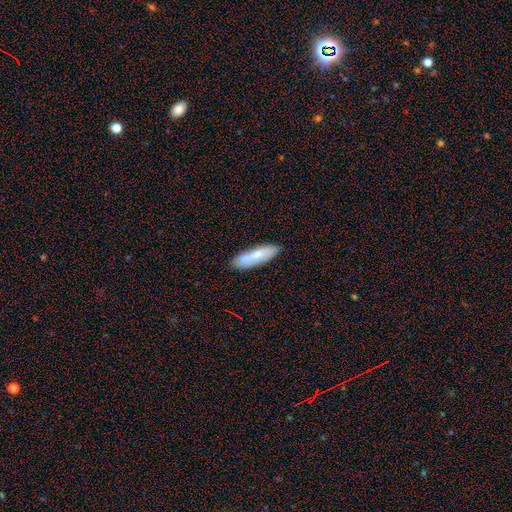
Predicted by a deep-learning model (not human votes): smooth 67%, featured or disk 27%, star or artifact 7%. Down the decision tree: how rounded — cigar-shaped (56%); merging — none (79%).